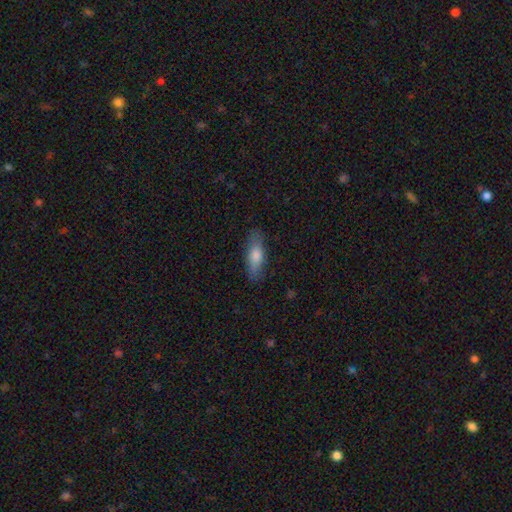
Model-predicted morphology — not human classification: smooth-or-featured: smooth: 71% | featured or disk: 22% | star or artifact: 7%
  how-rounded: in between: 54% | cigar-shaped: 44% | round: 3%
  merging: none: 83% | minor disturbance: 13% | major disturbance: 3% | merger: 1%